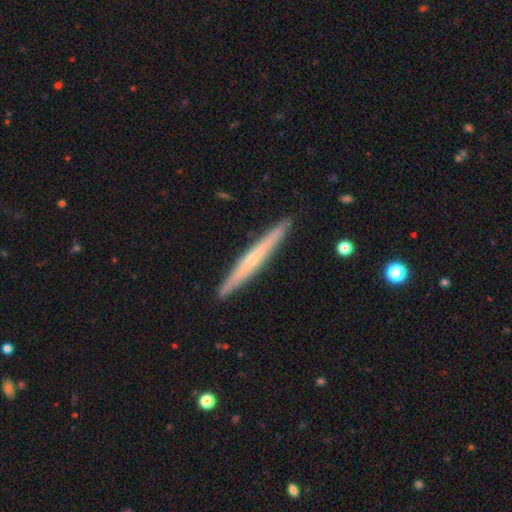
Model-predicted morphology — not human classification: Q: Smooth or featured?
A: featured or disk (58%); runner-up: smooth (36%)
Q: Edge-on disk?
A: yes (97%); runner-up: no (3%)
Q: Edge-on bulge?
A: none (54%); runner-up: rounded (41%)
Q: Merging?
A: none (92%); runner-up: minor disturbance (6%)